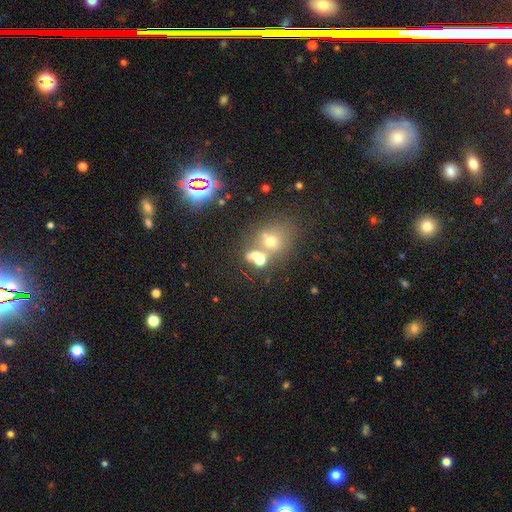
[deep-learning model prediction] Smooth or featured: smooth — 56% (star or artifact — 23%)
How rounded: round — 61% (in between — 37%)
Merging: merger — 54% (none — 29%)